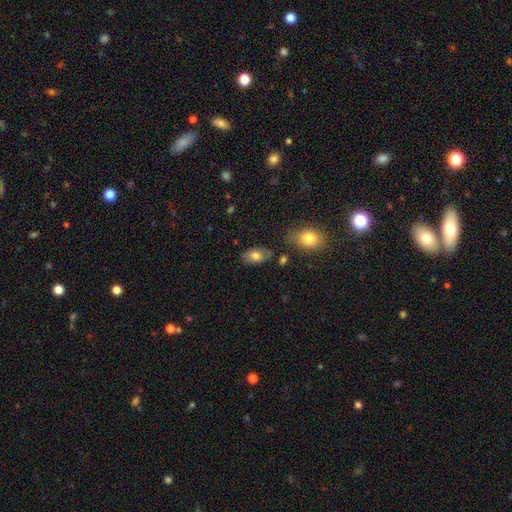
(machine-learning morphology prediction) This appears to be a smooth galaxy with no disk features (75%) that is in between round and cigar-shaped (92%). Merging: none (78%).